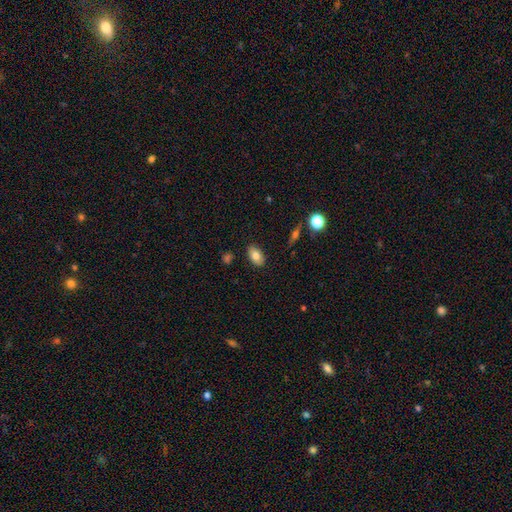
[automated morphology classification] smooth 78%, featured or disk 14%, star or artifact 8%. Down the decision tree: how rounded — in between (91%); merging — none (87%).